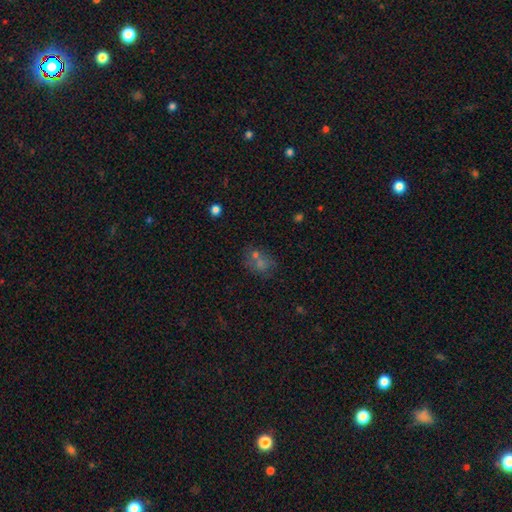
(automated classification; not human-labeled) A smooth galaxy with no disk features (51%) that is round (54%). Merging: none (52%).